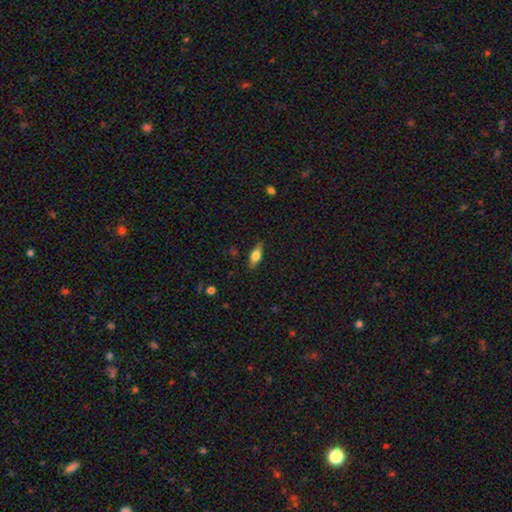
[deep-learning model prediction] Morphology: type=smooth (56%); roundness=in between (67%); merging=none (84%).